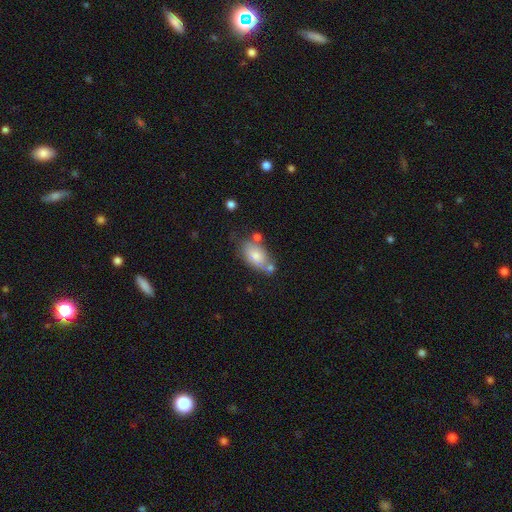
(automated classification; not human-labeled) This is likely a smooth galaxy (68%). How rounded: clearly in between (90%). Merging: marginally none (44%).